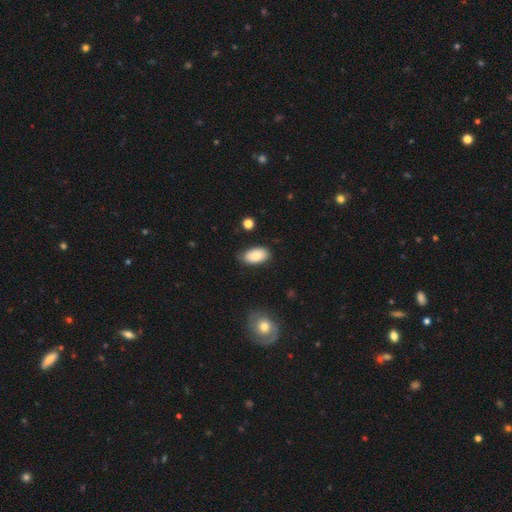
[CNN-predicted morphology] Smooth or featured? Predicted: smooth (p=0.84). How rounded? Predicted: in between (p=0.95). Merging? Predicted: none (p=0.81).